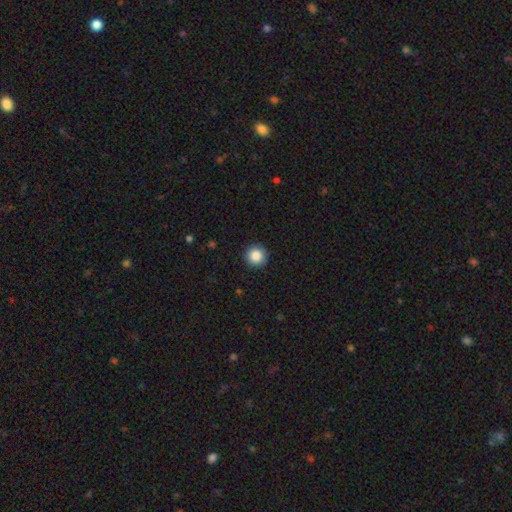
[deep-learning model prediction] Smooth or featured? smooth (88%)
How rounded? round (96%)
Merging? none (92%)